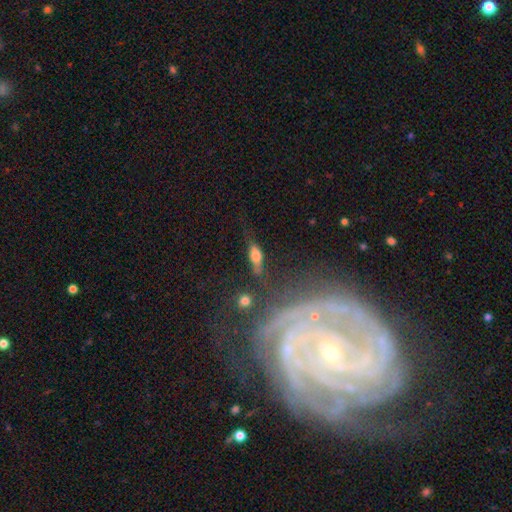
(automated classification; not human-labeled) smooth-or-featured: smooth: 66% | featured or disk: 25% | star or artifact: 10%
  how-rounded: in between: 63% | cigar-shaped: 32% | round: 5%
  merging: none: 56% | minor disturbance: 26% | major disturbance: 12% | merger: 6%